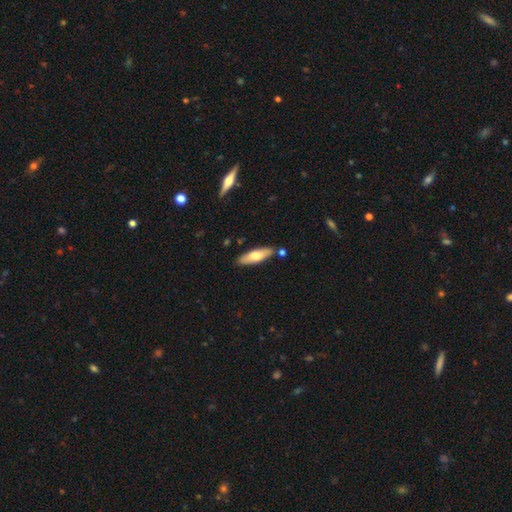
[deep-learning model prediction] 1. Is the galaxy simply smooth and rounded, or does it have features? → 65% smooth, 30% featured or disk, 5% star or artifact.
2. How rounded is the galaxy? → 51% cigar-shaped, 47% in between, 2% round.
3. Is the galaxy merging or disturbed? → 83% none, 10% minor disturbance, 5% merger, 2% major disturbance.